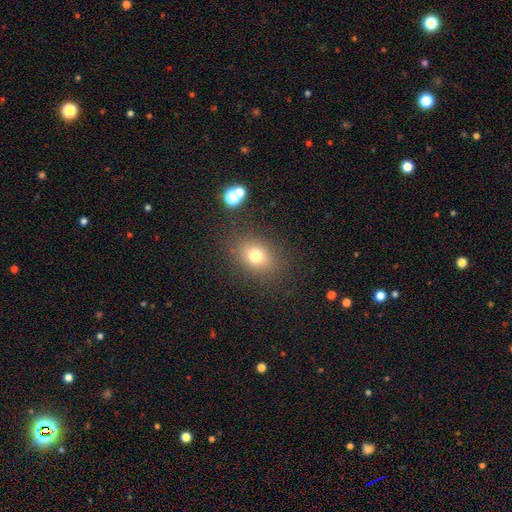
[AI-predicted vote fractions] This appears to be a smooth galaxy with no disk features (75%) that is in between round and cigar-shaped (55%). Merging: none (83%).